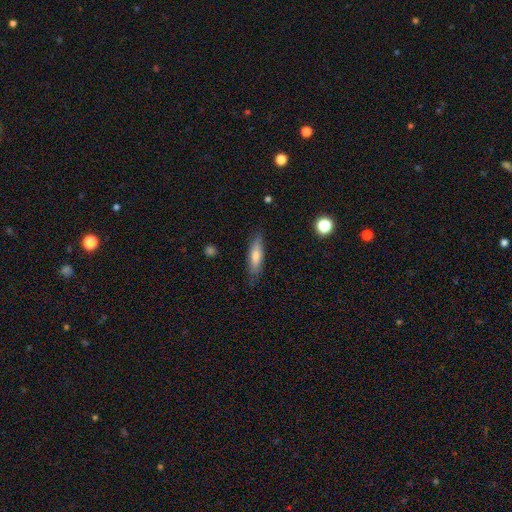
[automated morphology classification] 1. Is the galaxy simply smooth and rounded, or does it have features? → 70% smooth, 24% featured or disk, 7% star or artifact.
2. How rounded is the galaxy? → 63% cigar-shaped, 35% in between, 2% round.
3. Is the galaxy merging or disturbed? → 81% none, 15% minor disturbance, 3% major disturbance, 1% merger.